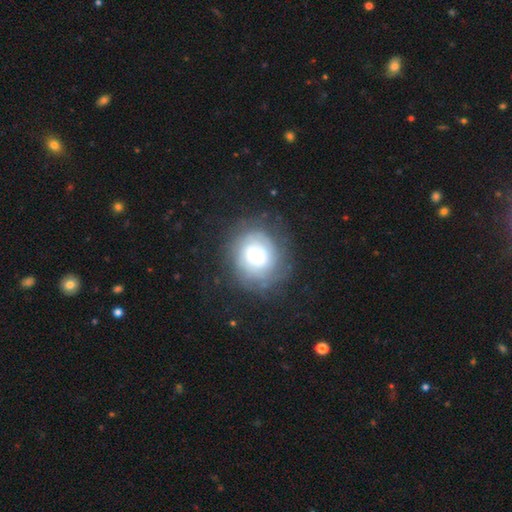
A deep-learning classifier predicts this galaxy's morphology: type=featured or disk (60%); edge-on=no (97%); bar=no (55%); spiral arms=yes (77%); bulge=moderate (47%); merging=none (73%).